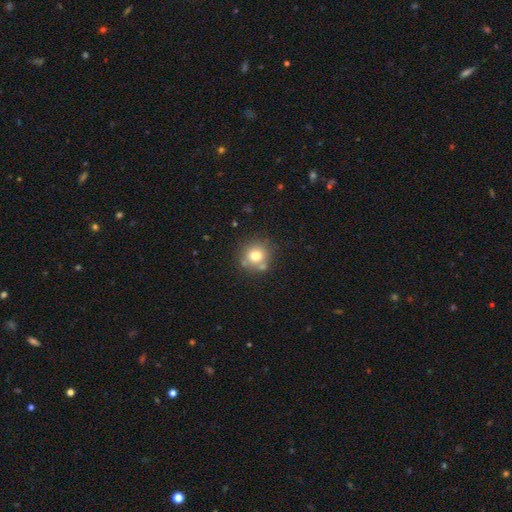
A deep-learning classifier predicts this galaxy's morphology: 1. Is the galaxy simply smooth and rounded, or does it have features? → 74% smooth, 13% featured or disk, 13% star or artifact.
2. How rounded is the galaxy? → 90% round, 9% in between, 1% cigar-shaped.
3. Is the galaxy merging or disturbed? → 73% none, 12% minor disturbance, 12% merger, 4% major disturbance.